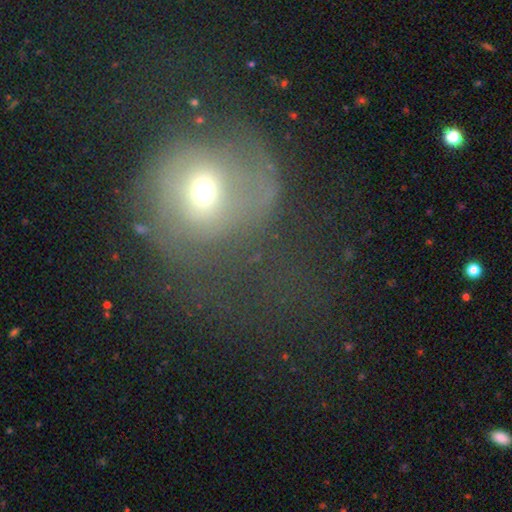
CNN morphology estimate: smooth-or-featured: featured or disk: 45% | smooth: 39% | star or artifact: 16%
  merging: major disturbance: 40% | none: 39% | minor disturbance: 18% | merger: 4%